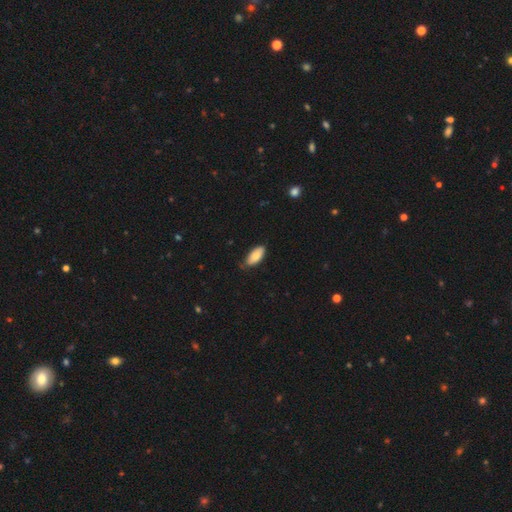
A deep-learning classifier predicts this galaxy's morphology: The model was most divided on "merging": none: 70%, minor disturbance: 26%, major disturbance: 3%, merger: 1%. More confident: how rounded — in between (90%); smooth or featured — smooth (84%).